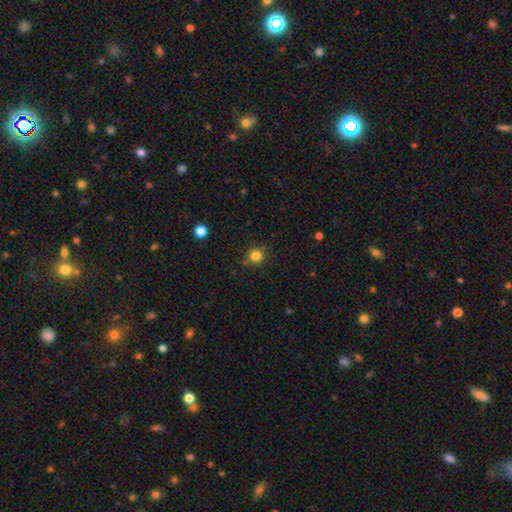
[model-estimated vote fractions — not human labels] This appears to be a smooth galaxy with no disk features (83%) that is round (92%). Merging: none (83%).